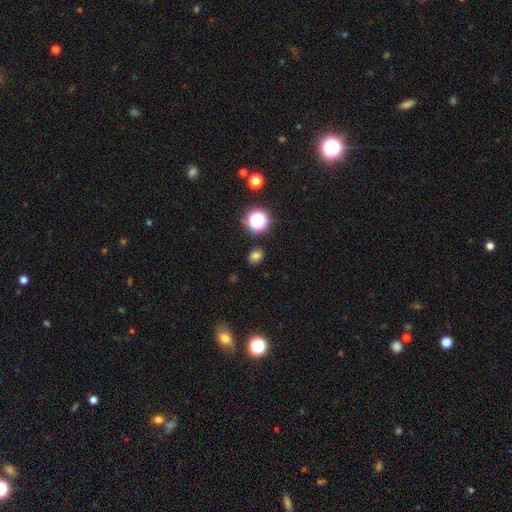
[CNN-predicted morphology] This is likely a smooth galaxy (74%). How rounded: possibly in between (50%). Merging: clearly none (86%).